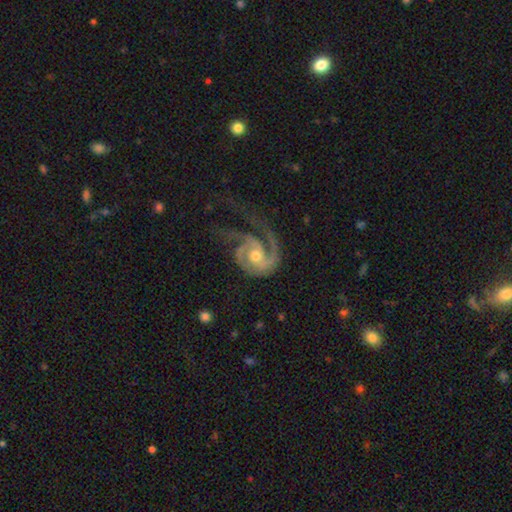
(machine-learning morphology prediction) Q: Smooth or featured?
A: featured or disk (90%); runner-up: smooth (6%)
Q: Edge-on disk?
A: no (98%); runner-up: yes (2%)
Q: Bar?
A: no (65%); runner-up: weak (27%)
Q: Spiral arms?
A: yes (97%); runner-up: no (3%)
Q: Spiral winding?
A: medium (45%); runner-up: tight (37%)
Q: Spiral arm count?
A: 2 (46%); runner-up: 1 (24%)
Q: Bulge size?
A: moderate (67%); runner-up: small (26%)
Q: Merging?
A: none (41%); runner-up: major disturbance (38%)